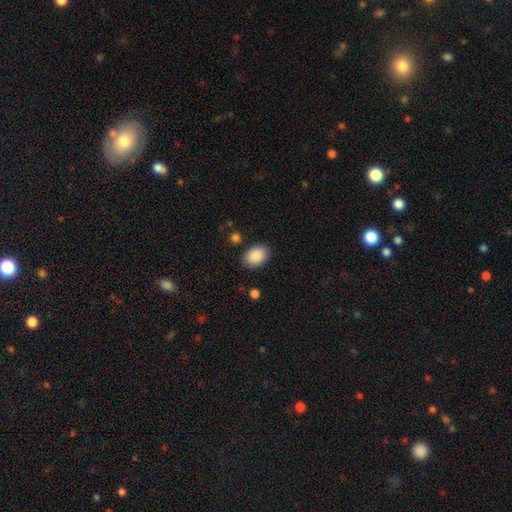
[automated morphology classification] Smooth or featured? smooth (90%)
How rounded? in between (77%)
Merging? none (85%)